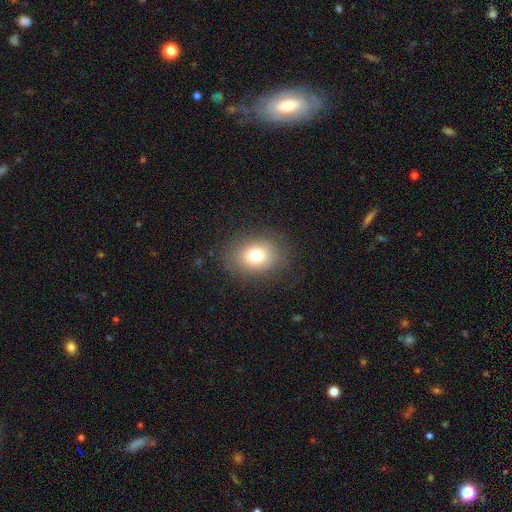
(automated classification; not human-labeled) Morphology: type=smooth (75%); roundness=round (53%); merging=none (84%).